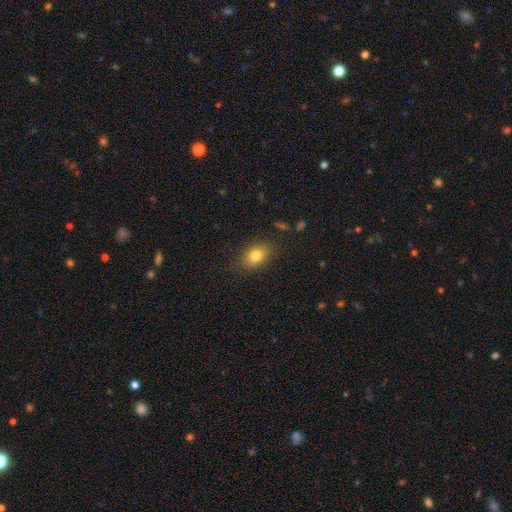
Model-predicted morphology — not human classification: The model was most divided on "how rounded": in between: 75%, round: 23%, cigar-shaped: 2%. More confident: merging — none (83%); smooth or featured — smooth (80%).